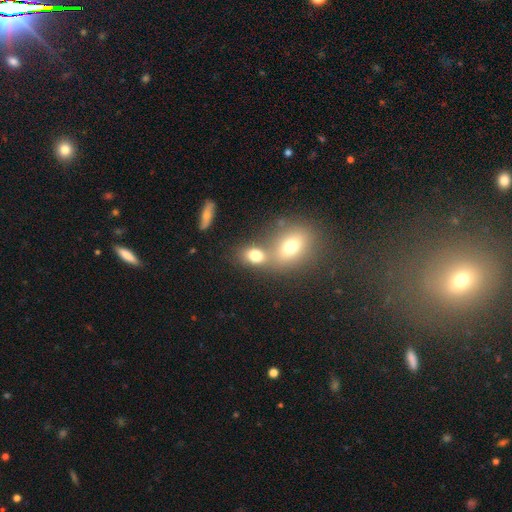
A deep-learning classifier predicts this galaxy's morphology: A smooth galaxy with no disk features (75%) that is in between round and cigar-shaped (60%). Merging: merger (45%).